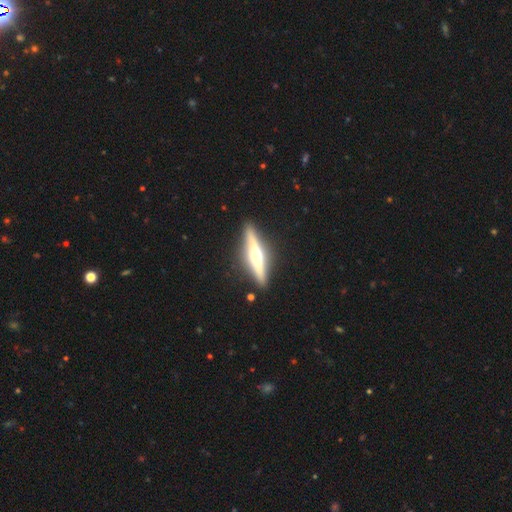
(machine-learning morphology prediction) This is likely a featured or disk galaxy (74%). It is clearly viewed edge-on (97%). Edge-on bulge: clearly rounded (91%). Merging: clearly none (89%).